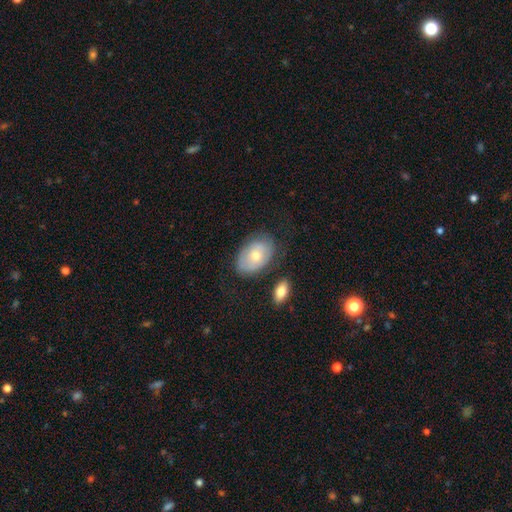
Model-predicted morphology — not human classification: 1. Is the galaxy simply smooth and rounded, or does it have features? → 59% smooth, 34% featured or disk, 7% star or artifact.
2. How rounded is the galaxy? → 88% in between, 10% round, 1% cigar-shaped.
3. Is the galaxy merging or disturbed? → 67% none, 22% minor disturbance, 7% major disturbance, 4% merger.